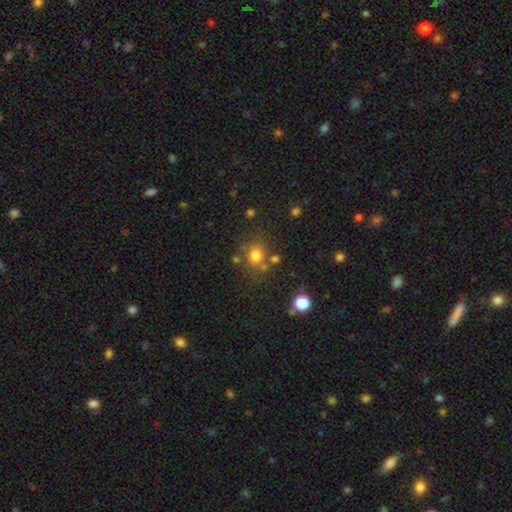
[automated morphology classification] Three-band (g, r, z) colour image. It shows a smooth galaxy with no disk features (76%) that is round (72%). Merging: none (69%).